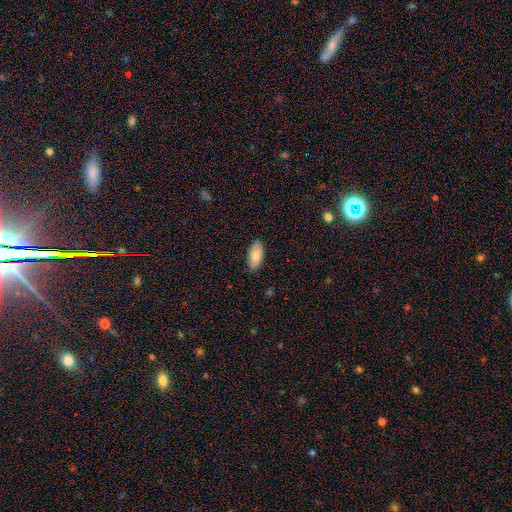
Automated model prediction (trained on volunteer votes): smooth-or-featured: smooth: 83% | featured or disk: 11% | star or artifact: 6%
  how-rounded: in between: 92% | cigar-shaped: 5% | round: 2%
  merging: none: 80% | minor disturbance: 17% | major disturbance: 2% | merger: 1%